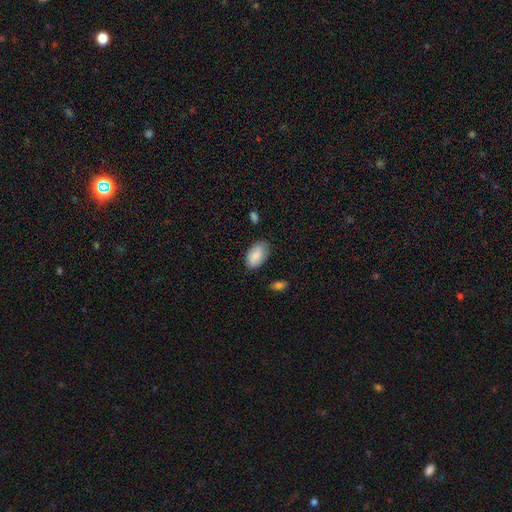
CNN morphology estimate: Smooth or featured? Predicted: smooth (p=0.86). How rounded? Predicted: in between (p=0.94). Merging? Predicted: none (p=0.75).